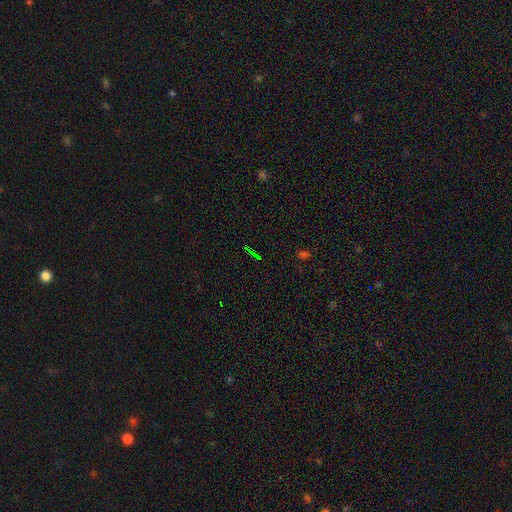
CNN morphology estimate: Smooth or featured: star or artifact — 72% (smooth — 15%)